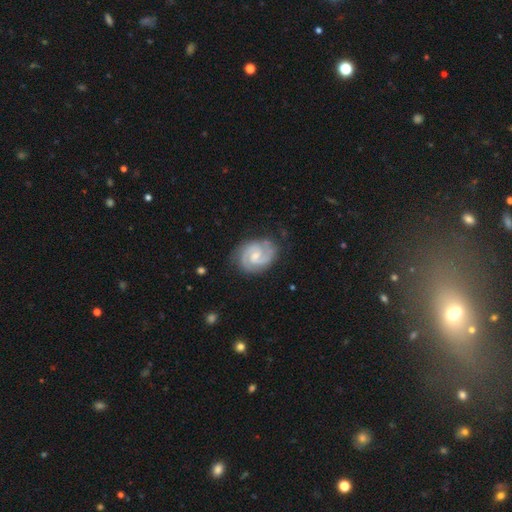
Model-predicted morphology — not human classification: Smooth or featured: featured or disk — 87% (smooth — 8%)
Edge-on disk: no — 98% (yes — 2%)
Bar: weak — 51% (no — 41%)
Spiral arms: yes — 98% (no — 2%)
Spiral winding: tight — 47% (medium — 45%)
Spiral arm count: 2 — 83% (3 — 7%)
Bulge size: small — 53% (moderate — 38%)
Merging: none — 77% (minor disturbance — 17%)